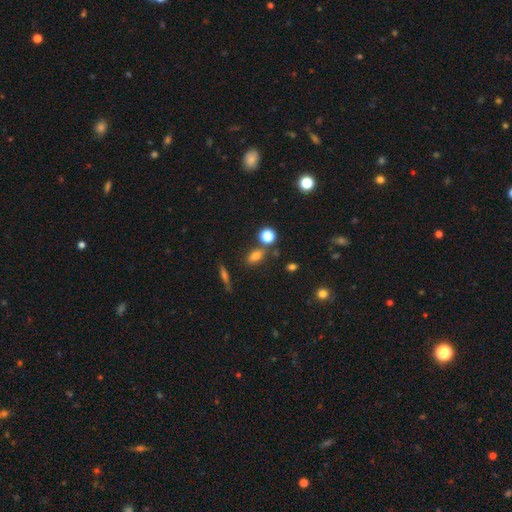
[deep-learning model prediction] Morphology: type=smooth (75%); roundness=in between (69%); merging=none (70%).